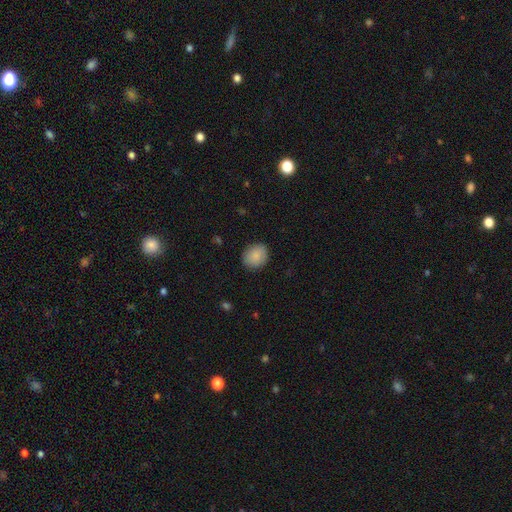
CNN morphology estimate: smooth_or_featured: smooth (p=0.88) [alt: star or artifact p=0.07]
how_rounded: round (p=0.66) [alt: in between p=0.33]
merging: none (p=0.88) [alt: minor disturbance p=0.09]